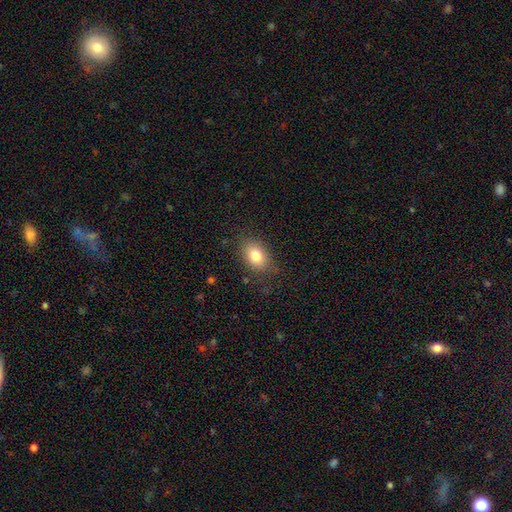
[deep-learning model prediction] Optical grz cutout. It shows a smooth galaxy with no disk features (80%) that is in between round and cigar-shaped (82%). Merging: none (79%).